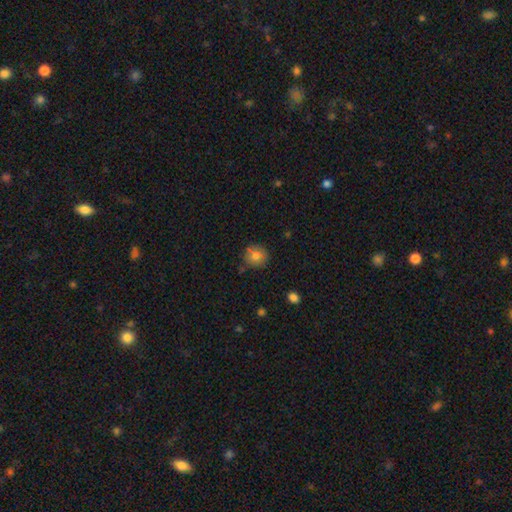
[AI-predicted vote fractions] The model was most divided on "merging": none: 72%, minor disturbance: 18%, merger: 6%, major disturbance: 4%. More confident: how rounded — round (85%); smooth or featured — smooth (76%).